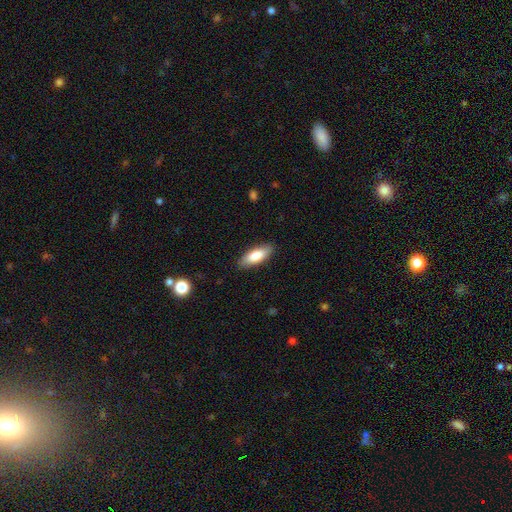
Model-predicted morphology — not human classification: smooth 82%, featured or disk 13%, star or artifact 6%. Down the decision tree: how rounded — in between (74%); merging — none (86%).